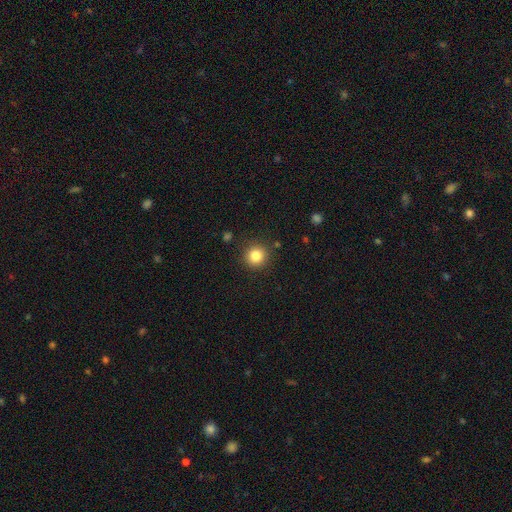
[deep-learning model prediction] Smooth or featured? smooth (83%)
How rounded? round (93%)
Merging? none (89%)